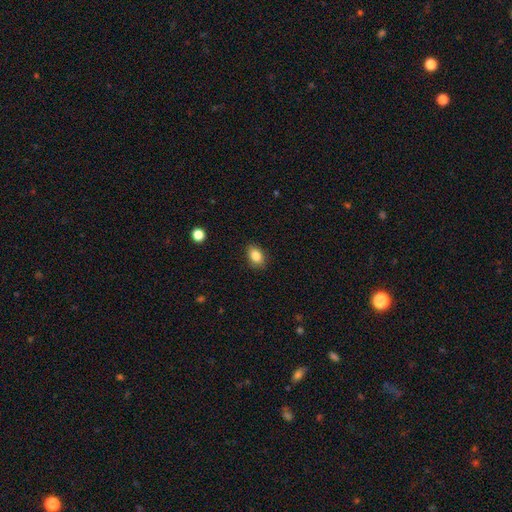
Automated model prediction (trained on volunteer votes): Overall: smooth (85%). How rounded: in between (82%). Merging: none (84%).